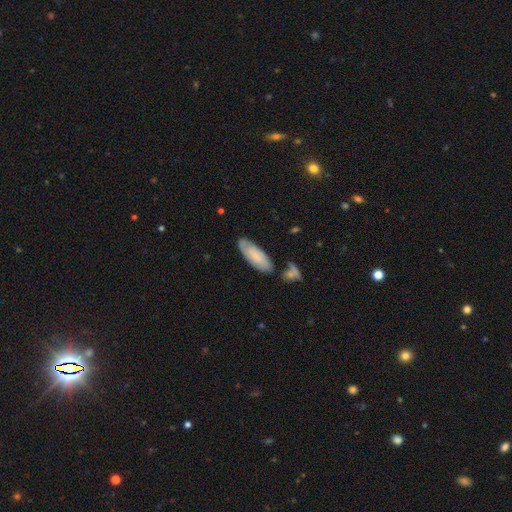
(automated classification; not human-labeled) smooth-or-featured: smooth: 61% | featured or disk: 32% | star or artifact: 6%
  how-rounded: in between: 71% | cigar-shaped: 27% | round: 2%
  merging: none: 67% | minor disturbance: 18% | merger: 10% | major disturbance: 5%